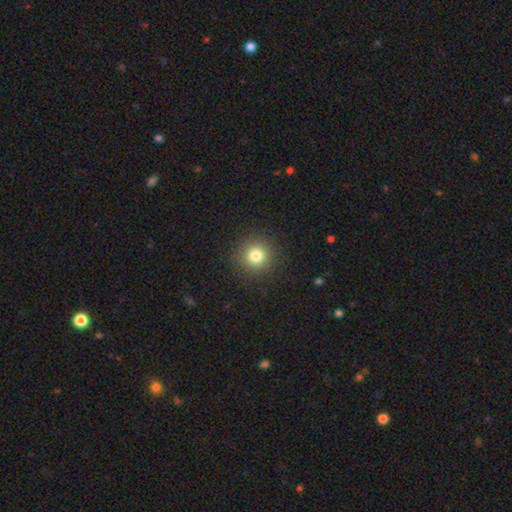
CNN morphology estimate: smooth 80%, star or artifact 13%, featured or disk 7%. Down the decision tree: how rounded — round (94%); merging — none (91%).